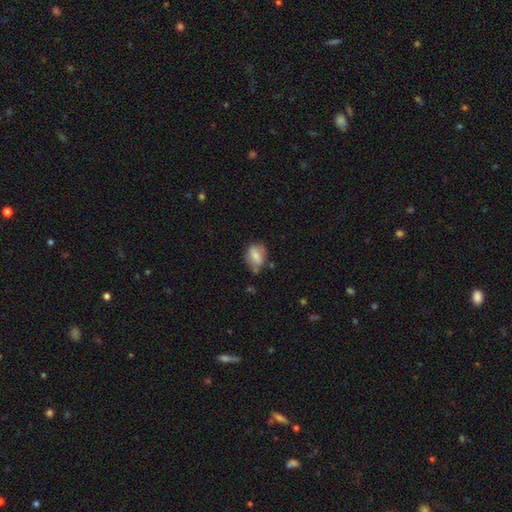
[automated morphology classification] This appears to be a smooth galaxy with no disk features (68%) that is in between round and cigar-shaped (63%). Merging: none (58%).